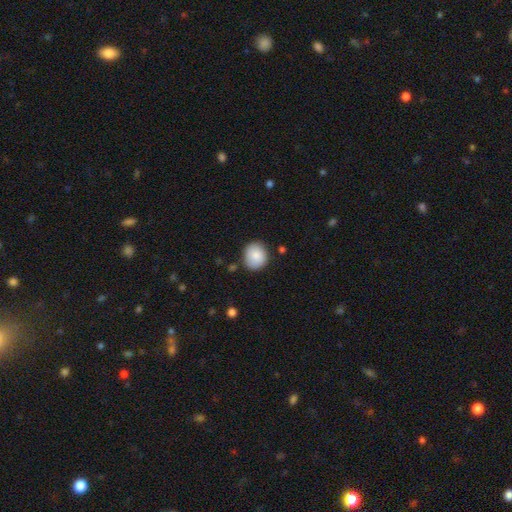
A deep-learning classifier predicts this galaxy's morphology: The model was most divided on "how rounded": round: 78%, in between: 21%, cigar-shaped: 1%. More confident: smooth or featured — smooth (86%); merging — none (81%).